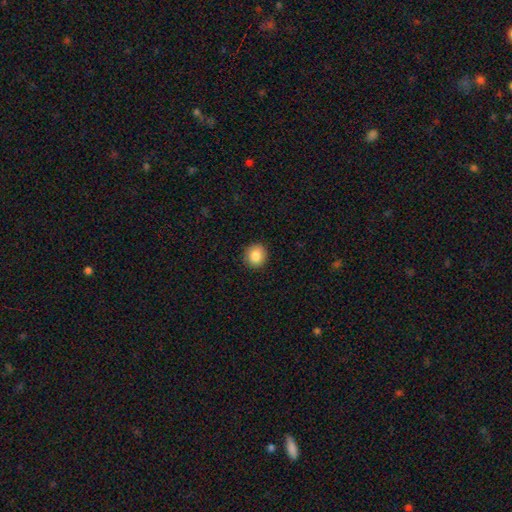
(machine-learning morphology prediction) smooth_or_featured: smooth (p=0.86) [alt: star or artifact p=0.09]
how_rounded: round (p=0.85) [alt: in between p=0.14]
merging: none (p=0.91) [alt: minor disturbance p=0.06]